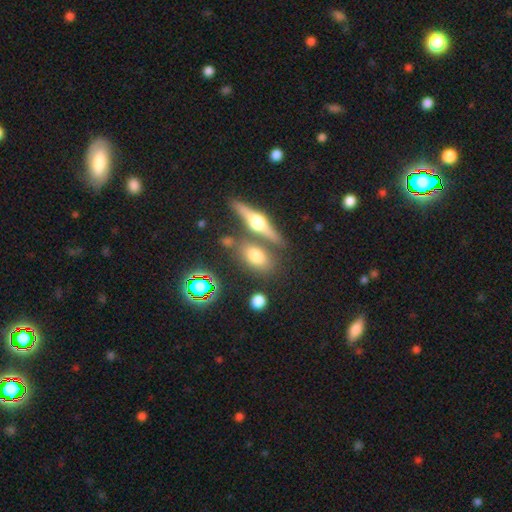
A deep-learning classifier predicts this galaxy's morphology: The model was most divided on "smooth or featured": smooth: 61%, featured or disk: 26%, star or artifact: 12%. More confident: how rounded — in between (73%); merging — none (65%).